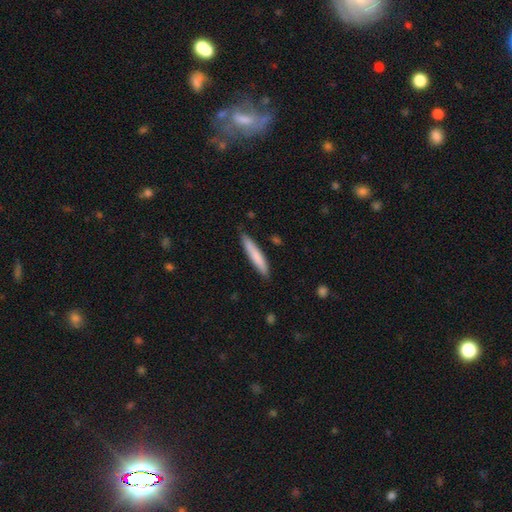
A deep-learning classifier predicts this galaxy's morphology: Overall: smooth (78%). How rounded: cigar-shaped (91%). Merging: none (84%).